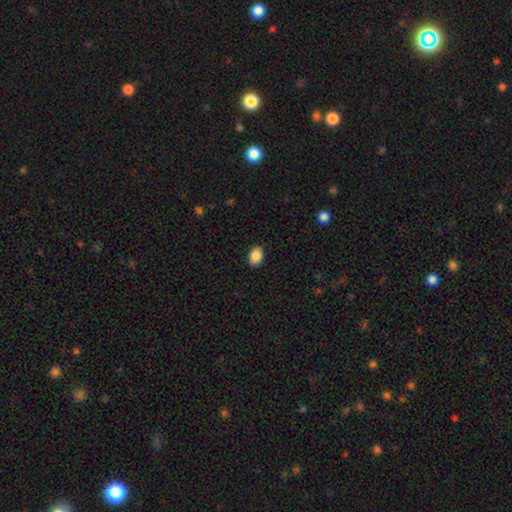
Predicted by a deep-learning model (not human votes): Smooth or featured? smooth (89%)
How rounded? in between (85%)
Merging? none (89%)